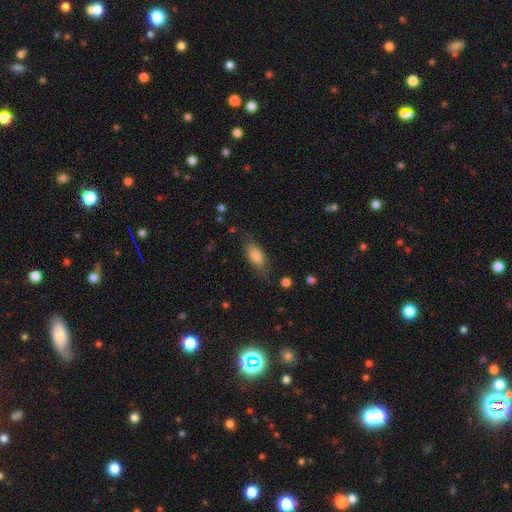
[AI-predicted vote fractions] Smooth or featured?
  - smooth: 81% *
  - featured or disk: 12%
  - star or artifact: 7%
How rounded?
  - in between: 81% *
  - cigar-shaped: 16%
  - round: 3%
Merging?
  - none: 73% *
  - minor disturbance: 19%
  - major disturbance: 6%
  - merger: 2%